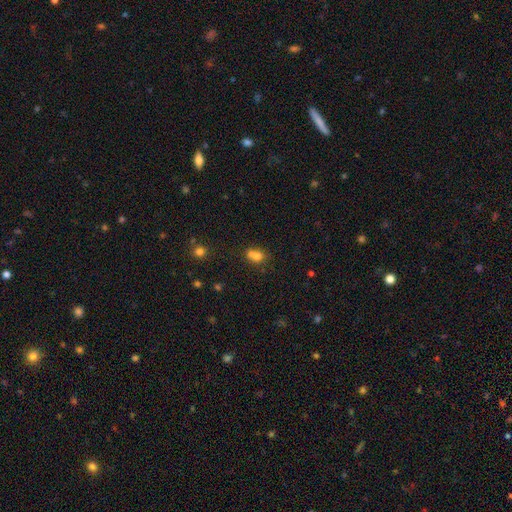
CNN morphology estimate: A smooth galaxy with no disk features (74%) that is round (56%). Merging: merger (54%).